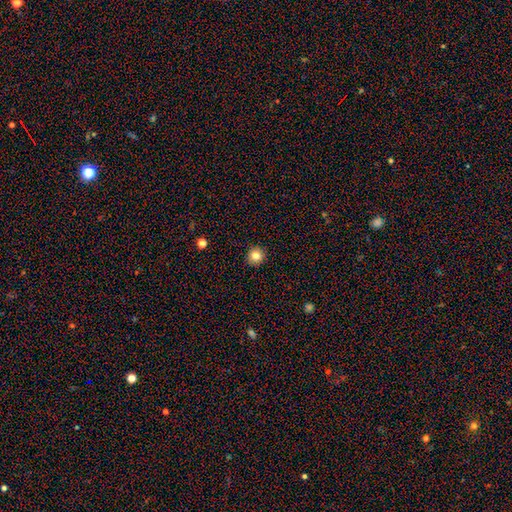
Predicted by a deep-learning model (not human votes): smooth-or-featured: smooth: 81% | star or artifact: 11% | featured or disk: 8%
  how-rounded: round: 92% | in between: 7% | cigar-shaped: 1%
  merging: none: 92% | minor disturbance: 5% | major disturbance: 2% | merger: 1%